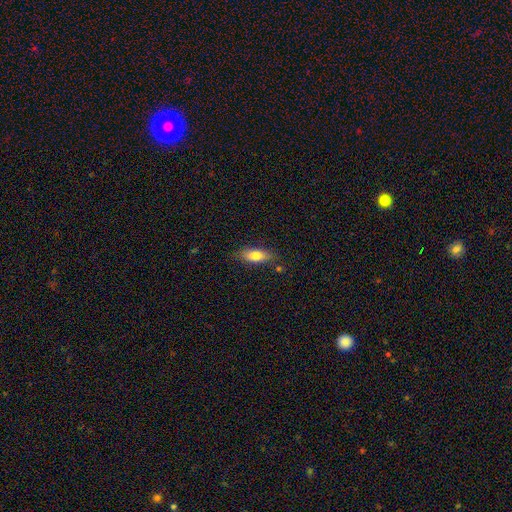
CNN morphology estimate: Smooth or featured? Predicted: smooth (p=0.78). How rounded? Predicted: in between (p=0.73). Merging? Predicted: none (p=0.80).